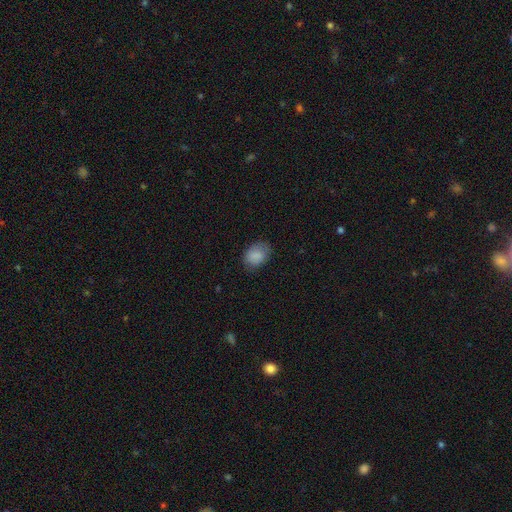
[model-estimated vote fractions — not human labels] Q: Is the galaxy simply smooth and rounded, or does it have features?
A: smooth — 86%.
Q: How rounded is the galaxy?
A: in between — 68%.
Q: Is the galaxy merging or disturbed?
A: none — 71%.